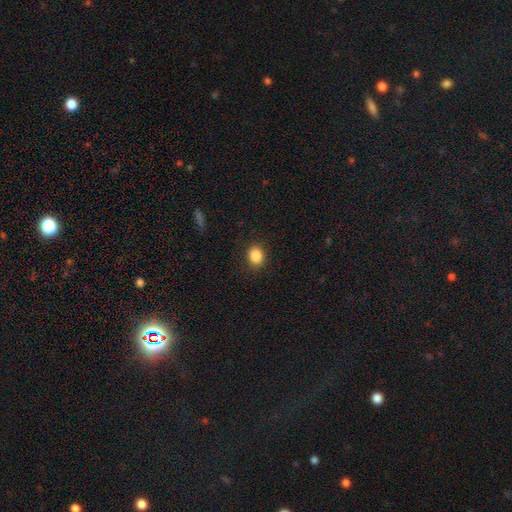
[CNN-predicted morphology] Smooth or featured? smooth (87%)
How rounded? round (53%)
Merging? none (88%)